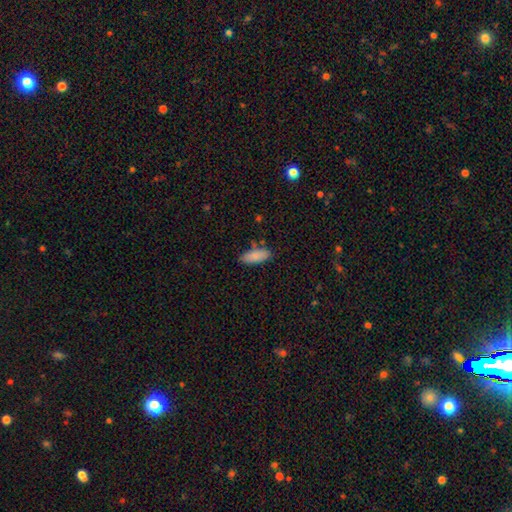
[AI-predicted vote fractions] A smooth galaxy with no disk features (87%) that is in between round and cigar-shaped (77%).

Vote fractions:
- Smooth or featured? smooth: 87% / star or artifact: 7% / featured or disk: 6%
- How rounded? in between: 77% / cigar-shaped: 22% / round: 2%
- Merging? none: 79% / minor disturbance: 14% / merger: 4% / major disturbance: 3%